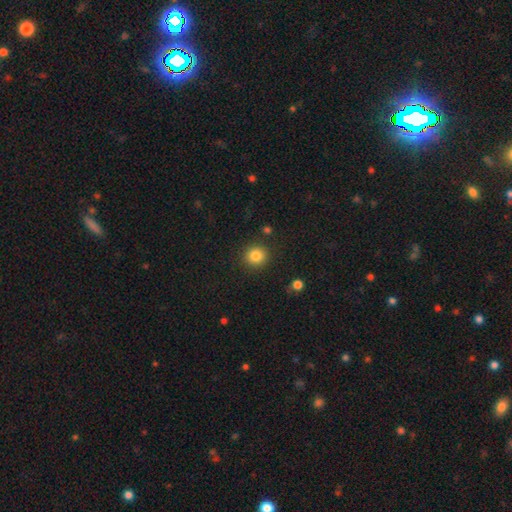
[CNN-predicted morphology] smooth-or-featured: smooth: 84% | star or artifact: 11% | featured or disk: 5%
  how-rounded: round: 90% | in between: 9% | cigar-shaped: 1%
  merging: none: 90% | minor disturbance: 6% | major disturbance: 2% | merger: 2%